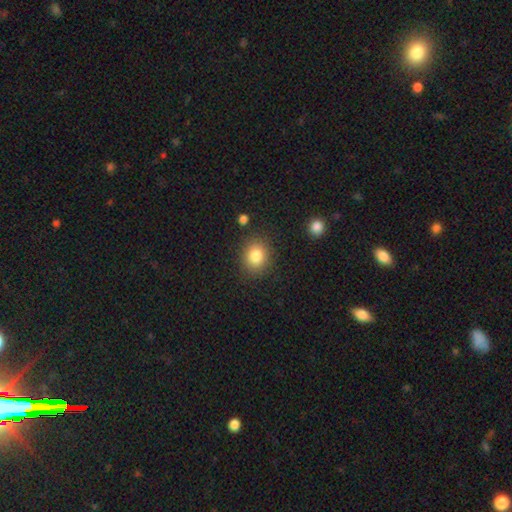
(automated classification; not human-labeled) smooth_or_featured: smooth (p=0.83) [alt: star or artifact p=0.10]
how_rounded: round (p=0.69) [alt: in between p=0.30]
merging: none (p=0.85) [alt: minor disturbance p=0.09]